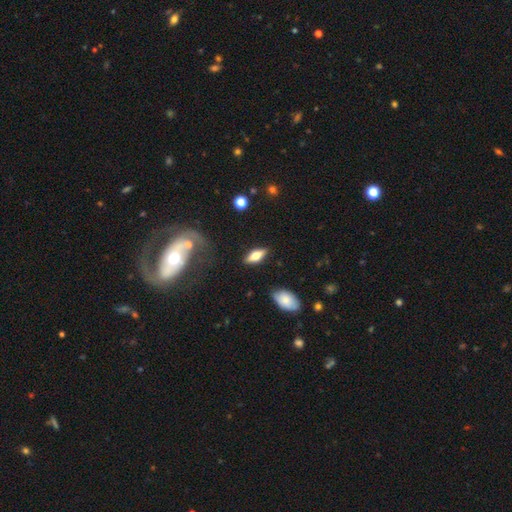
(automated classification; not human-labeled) This appears to be a smooth galaxy with no disk features (51%) that is in between round and cigar-shaped (67%). Merging: none (85%).